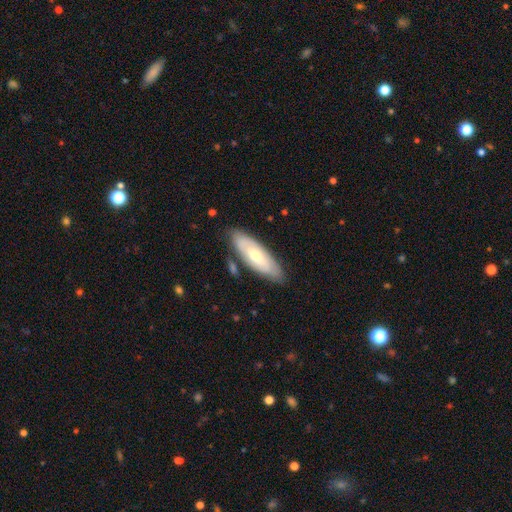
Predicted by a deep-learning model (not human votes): Morphology: type=featured or disk (49%); merging=none (80%).